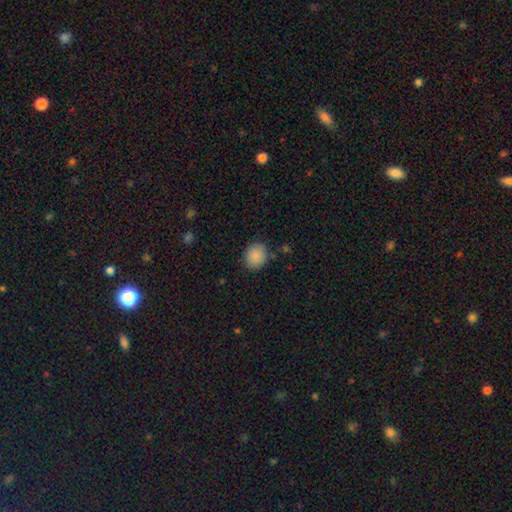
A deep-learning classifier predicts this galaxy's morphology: Smooth or featured? Predicted: smooth (p=0.89). How rounded? Predicted: round (p=0.78). Merging? Predicted: none (p=0.83).